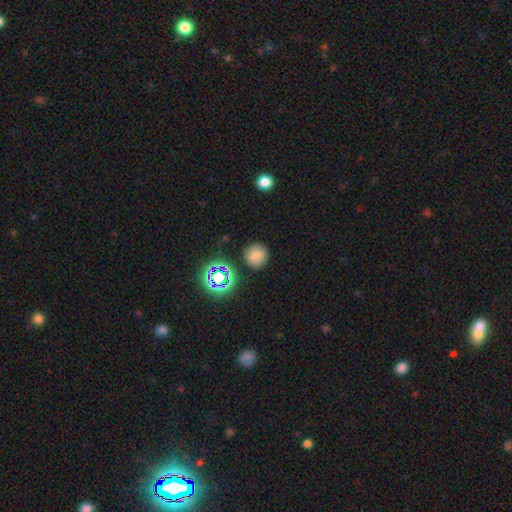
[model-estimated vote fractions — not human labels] This appears to be a smooth galaxy with no disk features (75%) that is round (92%). Merging: none (87%).